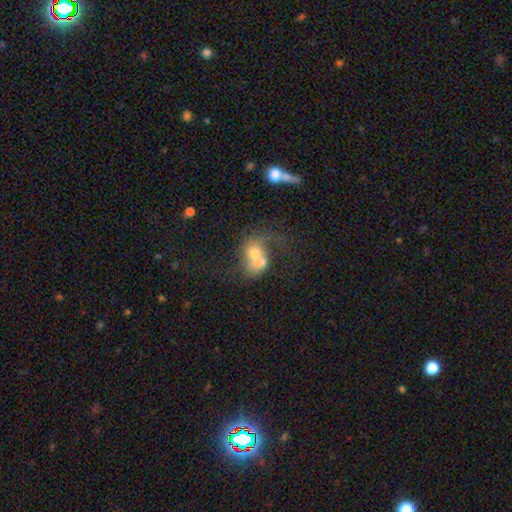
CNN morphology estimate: Overall: smooth (54%; featured or disk 35%). How rounded: round (50%; in between 49%). Merging: merger (64%).